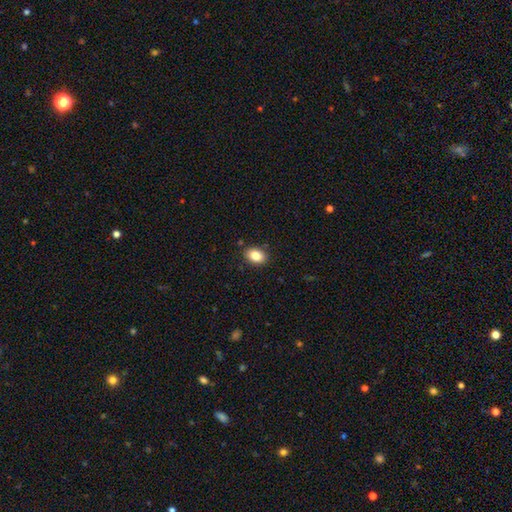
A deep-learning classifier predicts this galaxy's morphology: Smooth or featured?
  - smooth: 85% *
  - star or artifact: 8%
  - featured or disk: 7%
How rounded?
  - in between: 81% *
  - round: 18%
  - cigar-shaped: 1%
Merging?
  - none: 87% *
  - minor disturbance: 9%
  - major disturbance: 2%
  - merger: 2%